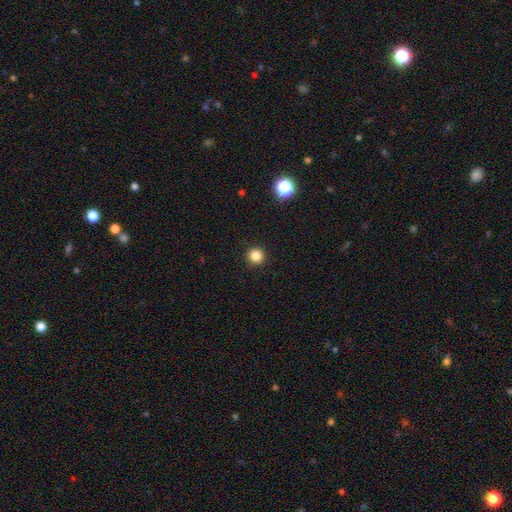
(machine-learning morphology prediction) smooth_or_featured: smooth (p=0.84) [alt: star or artifact p=0.12]
how_rounded: round (p=0.96) [alt: in between p=0.03]
merging: none (p=0.93) [alt: minor disturbance p=0.04]